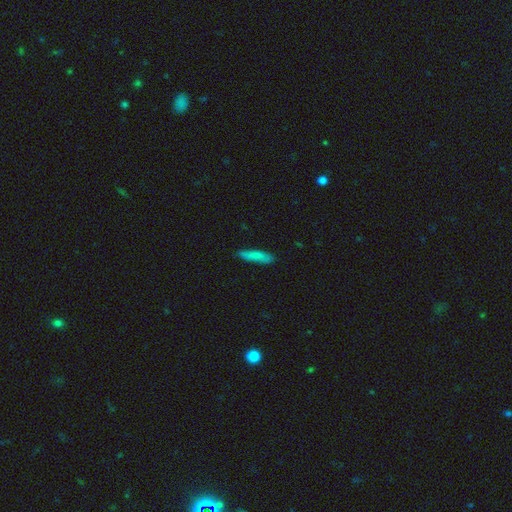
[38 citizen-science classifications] Smooth or featured?
  - smooth: 74% *
  - featured or disk: 21%
  - star or artifact: 5%
How rounded?
  - cigar-shaped: 75% *
  - in between: 25%
  - round: 0%
Merging?
  - none: 83% *
  - minor disturbance: 8%
  - major disturbance: 6%
  - merger: 3%